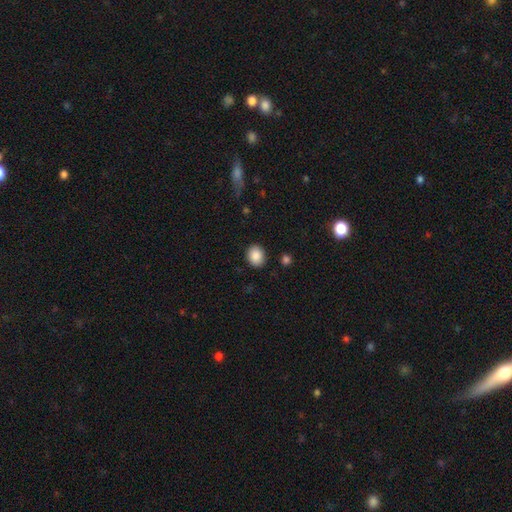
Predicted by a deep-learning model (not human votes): Smooth or featured: smooth — 88% (star or artifact — 8%)
How rounded: round — 52% (in between — 47%)
Merging: none — 89% (minor disturbance — 7%)